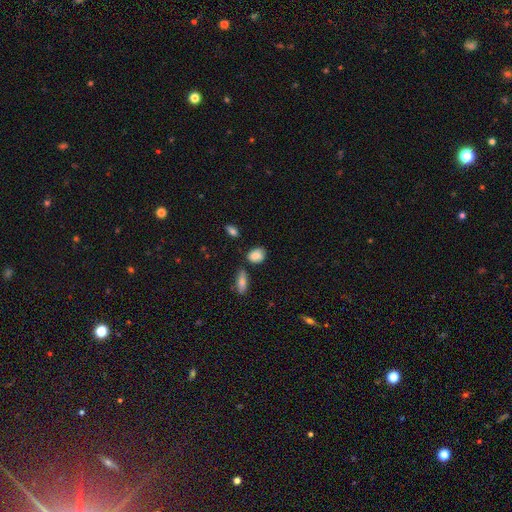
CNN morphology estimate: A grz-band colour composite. It shows a smooth galaxy with no disk features (83%) that is in between round and cigar-shaped (66%). Merging: none (70%).